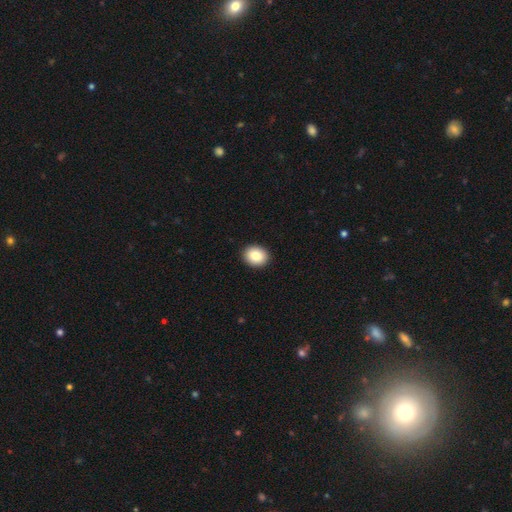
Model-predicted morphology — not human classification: Smooth or featured? Predicted: smooth (p=0.85). How rounded? Predicted: round (p=0.58). Merging? Predicted: none (p=0.92).